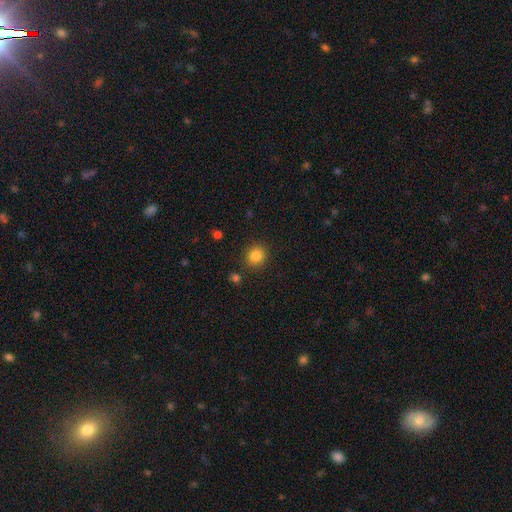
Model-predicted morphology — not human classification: type=smooth (85%); roundness=round (86%); merging=none (87%).